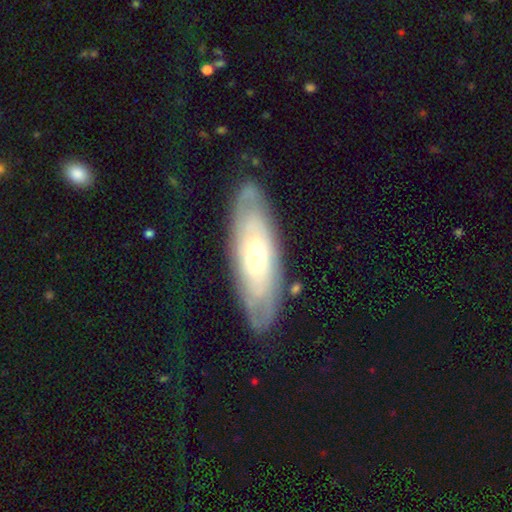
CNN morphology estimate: A featured or disk galaxy (65%) with no bar (65%), spiral arms (71%) and a moderate central bulge (60%).

Vote fractions:
- Smooth or featured? featured or disk: 65% / smooth: 29% / star or artifact: 6%
- Edge-on disk? no: 78% / yes: 22%
- Bar? no: 65% / weak: 27% / strong: 8%
- Spiral arms? yes: 71% / no: 29%
- Bulge size? moderate: 60% / small: 23% / large: 14% / dominant: 2% / none: 1%
- Merging? none: 80% / minor disturbance: 14% / major disturbance: 4% / merger: 2%